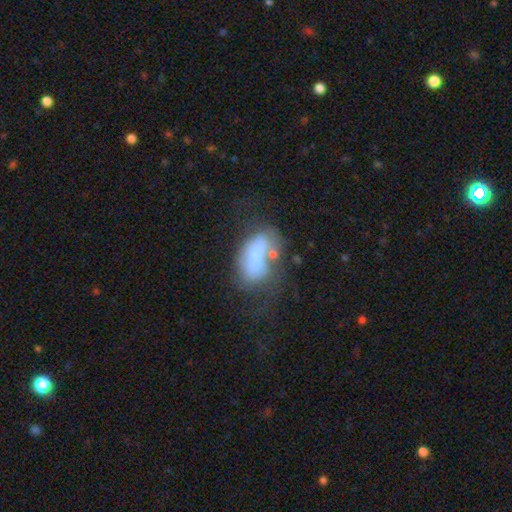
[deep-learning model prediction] A smooth galaxy with no disk features (53%) that is in between round and cigar-shaped (85%).

Vote fractions:
- Smooth or featured? smooth: 53% / featured or disk: 36% / star or artifact: 10%
- How rounded? in between: 85% / cigar-shaped: 9% / round: 6%
- Merging? none: 31% / major disturbance: 28% / minor disturbance: 23% / merger: 18%